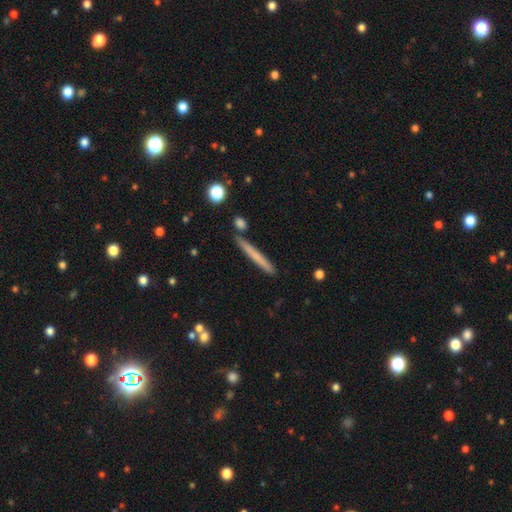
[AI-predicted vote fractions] Overall: smooth (62%; featured or disk 32%). How rounded: cigar-shaped (96%). Merging: none (85%).